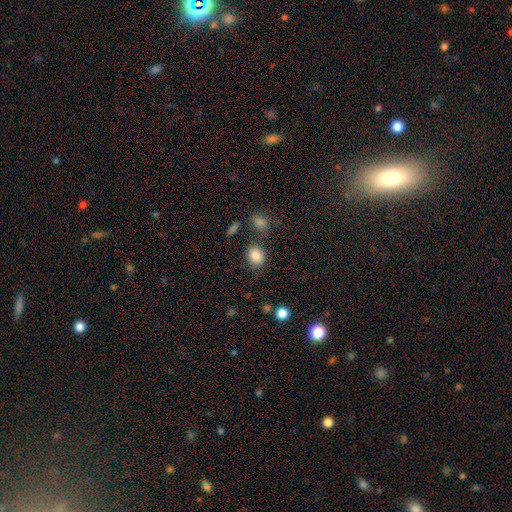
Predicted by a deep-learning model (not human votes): Smooth or featured?
  - smooth: 85% *
  - star or artifact: 9%
  - featured or disk: 6%
How rounded?
  - round: 56% *
  - in between: 43%
  - cigar-shaped: 1%
Merging?
  - none: 76% *
  - minor disturbance: 14%
  - merger: 6%
  - major disturbance: 4%